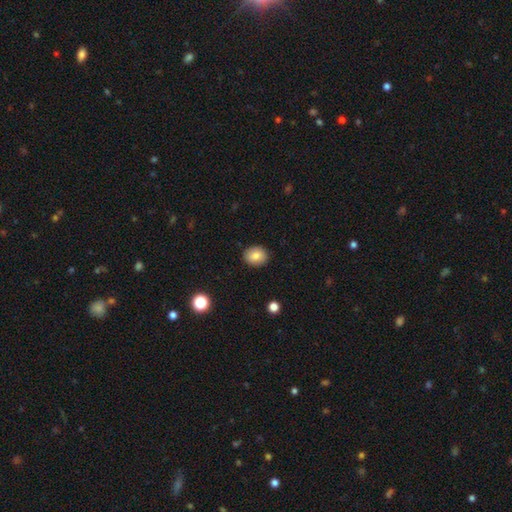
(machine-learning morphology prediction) smooth-or-featured: smooth: 83% | star or artifact: 9% | featured or disk: 8%
  how-rounded: round: 57% | in between: 42% | cigar-shaped: 1%
  merging: none: 90% | minor disturbance: 7% | major disturbance: 2% | merger: 1%